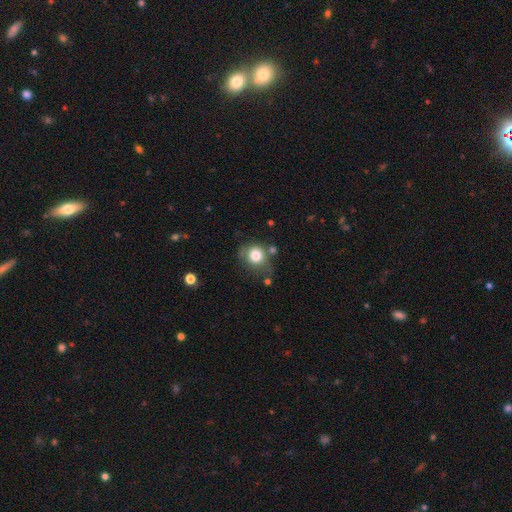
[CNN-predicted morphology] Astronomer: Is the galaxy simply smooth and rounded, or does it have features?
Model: smooth — 80%.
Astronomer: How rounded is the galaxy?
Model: round — 78%.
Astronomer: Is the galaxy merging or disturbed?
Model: none — 58%.